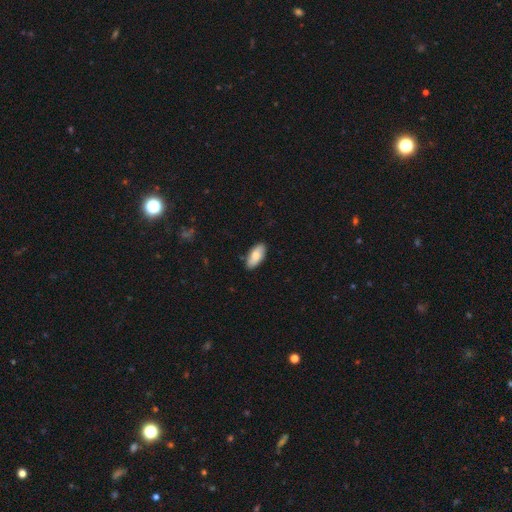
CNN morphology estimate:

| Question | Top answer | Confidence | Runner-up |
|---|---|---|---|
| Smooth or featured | smooth | 83% | featured or disk (11%) |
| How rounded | in between | 89% | cigar-shaped (9%) |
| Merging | none | 84% | minor disturbance (12%) |